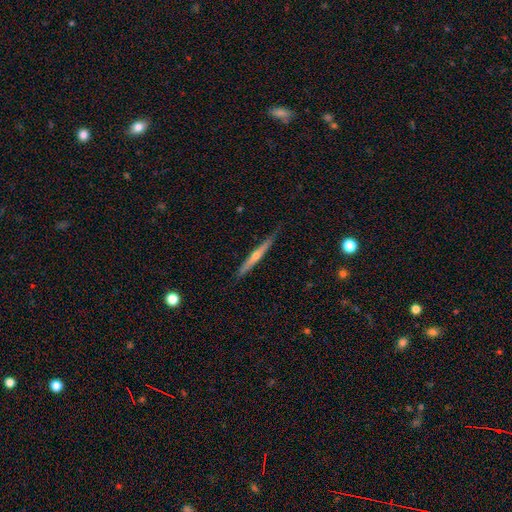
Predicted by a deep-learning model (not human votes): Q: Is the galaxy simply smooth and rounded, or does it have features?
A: featured or disk — 74%.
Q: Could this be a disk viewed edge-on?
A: yes — 98%.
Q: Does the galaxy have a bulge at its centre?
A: rounded — 81%.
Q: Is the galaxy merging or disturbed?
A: none — 88%.